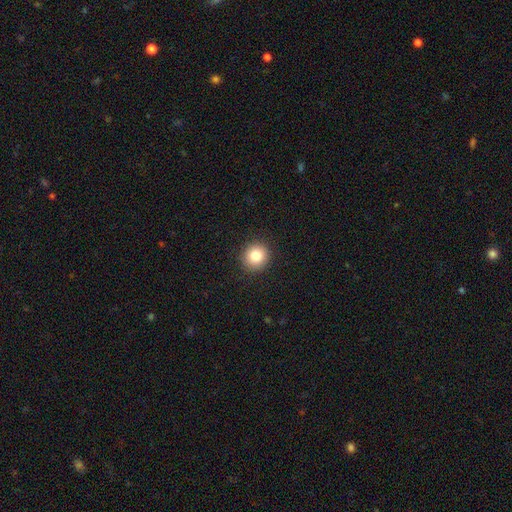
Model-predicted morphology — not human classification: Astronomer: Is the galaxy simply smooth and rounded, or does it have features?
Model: smooth — 83%.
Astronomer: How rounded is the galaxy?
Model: round — 89%.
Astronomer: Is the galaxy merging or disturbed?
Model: none — 92%.